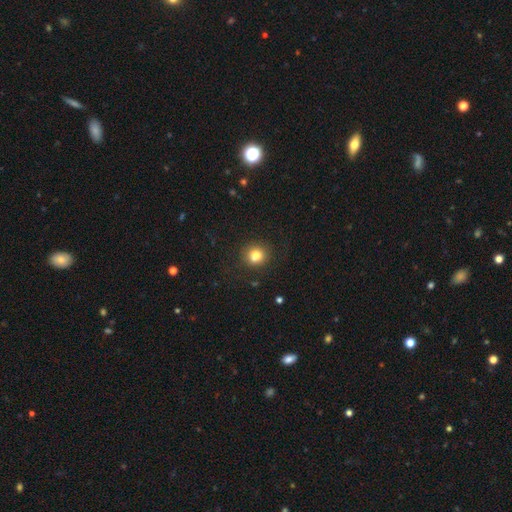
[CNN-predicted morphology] The model was most divided on "how rounded": round: 83%, in between: 16%, cigar-shaped: 1%. More confident: merging — none (86%); smooth or featured — smooth (82%).